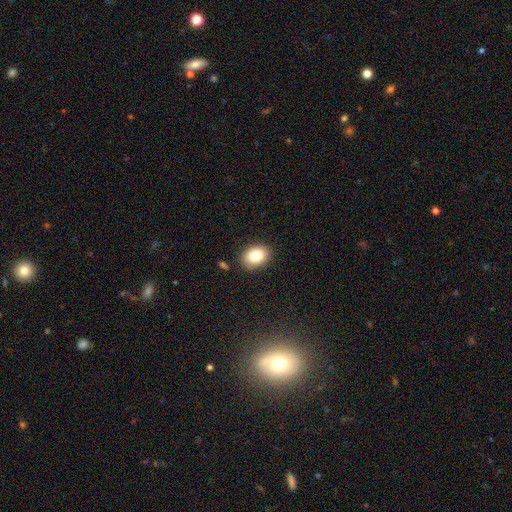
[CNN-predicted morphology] This is clearly a smooth galaxy (83%). How rounded: likely in between (72%). Merging: clearly none (87%).